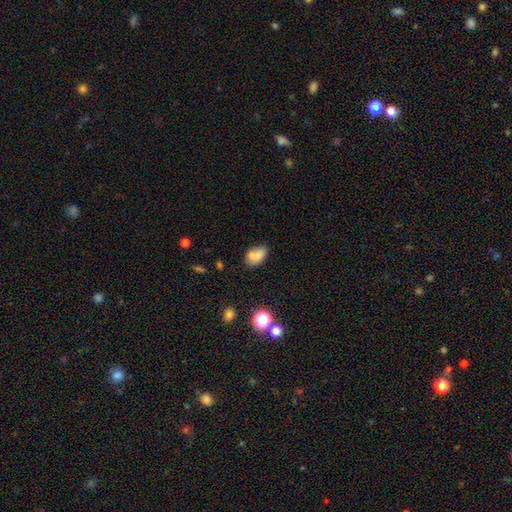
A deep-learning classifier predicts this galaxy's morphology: The model was most divided on "merging": none: 46%, merger: 28%, minor disturbance: 19%, major disturbance: 7%. More confident: how rounded — in between (84%); smooth or featured — smooth (74%).